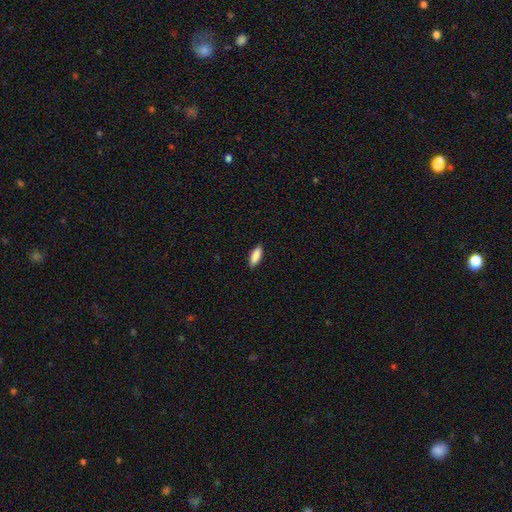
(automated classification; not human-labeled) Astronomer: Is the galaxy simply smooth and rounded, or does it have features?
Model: smooth — 87%.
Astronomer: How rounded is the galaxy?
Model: in between — 63%.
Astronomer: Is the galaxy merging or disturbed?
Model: none — 90%.